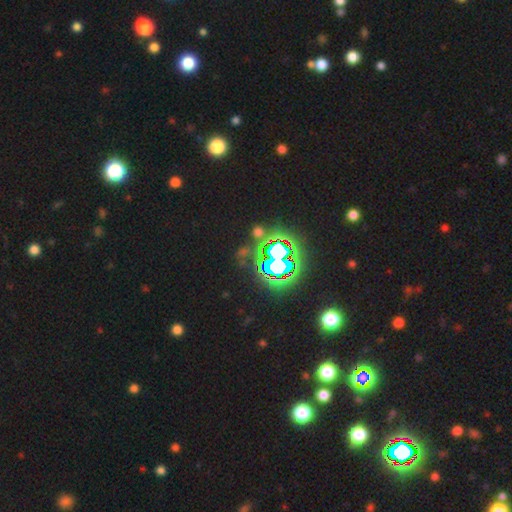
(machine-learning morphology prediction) Smooth or featured: star or artifact — 82% (smooth — 11%)